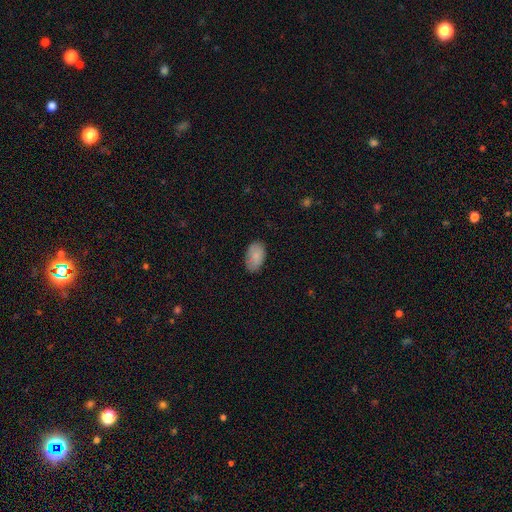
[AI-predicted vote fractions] Q: Smooth or featured?
A: smooth (85%); runner-up: featured or disk (9%)
Q: How rounded?
A: in between (92%); runner-up: round (7%)
Q: Merging?
A: none (80%); runner-up: minor disturbance (16%)